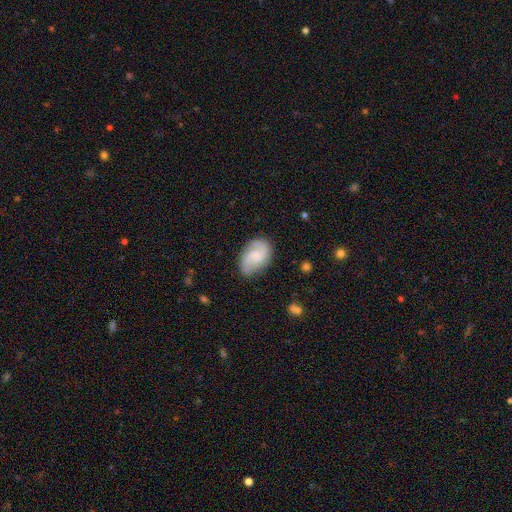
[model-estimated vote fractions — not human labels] smooth_or_featured: featured or disk (p=0.72) [alt: smooth p=0.22]
disk_edge_on: no (p=0.98) [alt: yes p=0.02]
bar: no (p=0.50) [alt: weak p=0.42]
has_spiral_arms: yes (p=0.95) [alt: no p=0.05]
spiral_winding: medium (p=0.49) [alt: loose p=0.29]
spiral_arm_count: 2 (p=0.84) [alt: can't tell p=0.06]
bulge_size: none (p=0.45) [alt: small p=0.27]
merging: none (p=0.75) [alt: minor disturbance p=0.17]